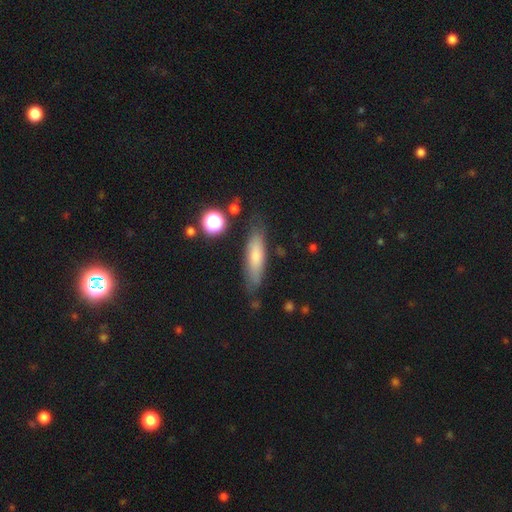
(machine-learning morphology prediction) A smooth galaxy with no disk features (71%) that is cigar-shaped (66%). Merging: none (77%).